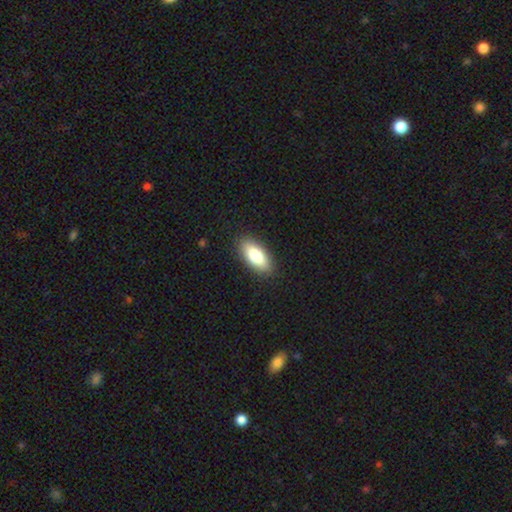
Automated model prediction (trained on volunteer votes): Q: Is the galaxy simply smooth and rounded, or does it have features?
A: smooth — 82%.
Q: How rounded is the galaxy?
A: in between — 85%.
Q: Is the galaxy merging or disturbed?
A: none — 88%.